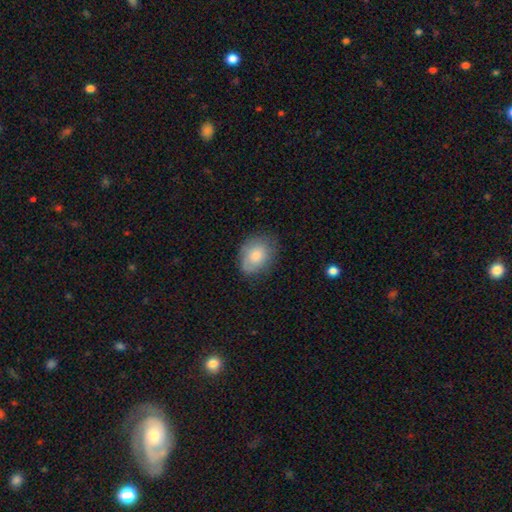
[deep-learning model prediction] smooth 76%, featured or disk 17%, star or artifact 7%. Down the decision tree: how rounded — in between (66%); merging — none (72%).